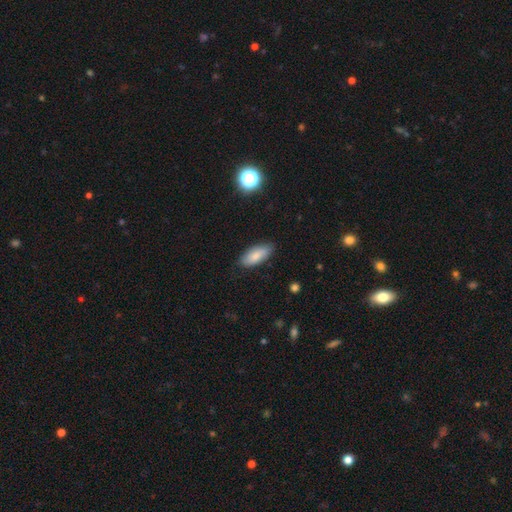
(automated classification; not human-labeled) The model was most divided on "merging": none: 82%, minor disturbance: 14%, major disturbance: 3%, merger: 1%. More confident: how rounded — in between (85%); smooth or featured — smooth (83%).